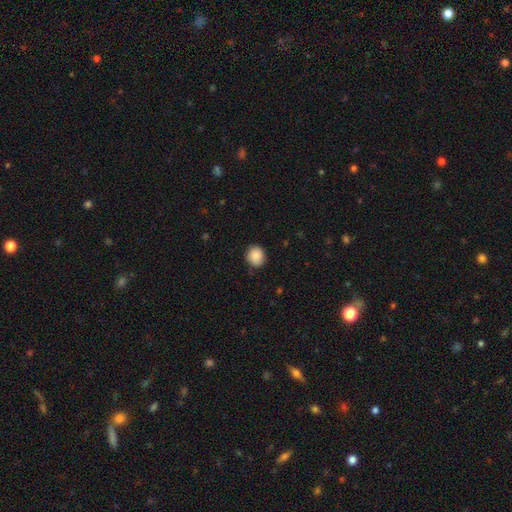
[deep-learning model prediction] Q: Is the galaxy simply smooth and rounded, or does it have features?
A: smooth — 88%.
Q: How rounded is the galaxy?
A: round — 83%.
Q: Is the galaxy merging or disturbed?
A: none — 84%.